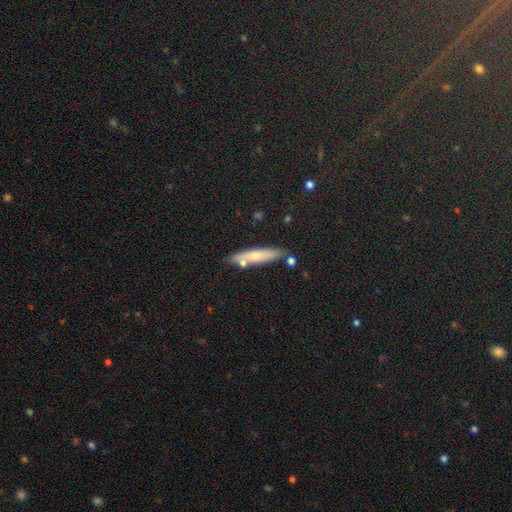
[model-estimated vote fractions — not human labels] A smooth galaxy with no disk features (66%) that is cigar-shaped (84%).

Vote fractions:
- Smooth or featured? smooth: 66% / featured or disk: 25% / star or artifact: 9%
- How rounded? cigar-shaped: 84% / in between: 14% / round: 2%
- Merging? none: 78% / minor disturbance: 12% / merger: 7% / major disturbance: 3%